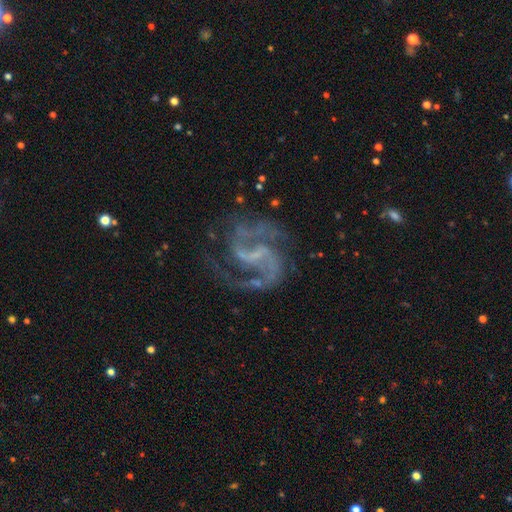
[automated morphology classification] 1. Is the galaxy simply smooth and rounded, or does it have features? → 92% featured or disk, 5% star or artifact, 3% smooth.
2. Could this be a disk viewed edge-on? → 98% no, 2% yes.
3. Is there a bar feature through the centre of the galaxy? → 49% weak, 28% strong, 24% no.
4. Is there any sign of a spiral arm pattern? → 98% yes, 2% no.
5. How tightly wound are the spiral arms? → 59% medium, 25% loose, 16% tight.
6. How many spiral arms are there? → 88% 2, 4% 3, 3% can't tell, 2% 1, 2% 4, 2% more than 4.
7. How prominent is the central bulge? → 48% none, 42% small, 8% moderate, 1% large, 1% dominant.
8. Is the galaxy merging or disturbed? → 71% none, 15% minor disturbance, 12% major disturbance, 2% merger.